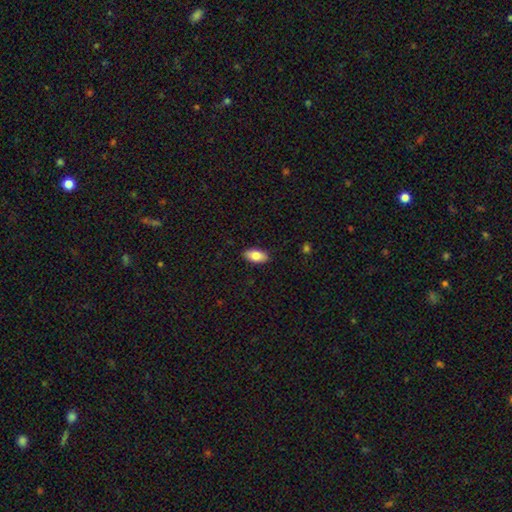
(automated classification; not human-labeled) Smooth or featured? smooth (82%)
How rounded? in between (91%)
Merging? none (89%)